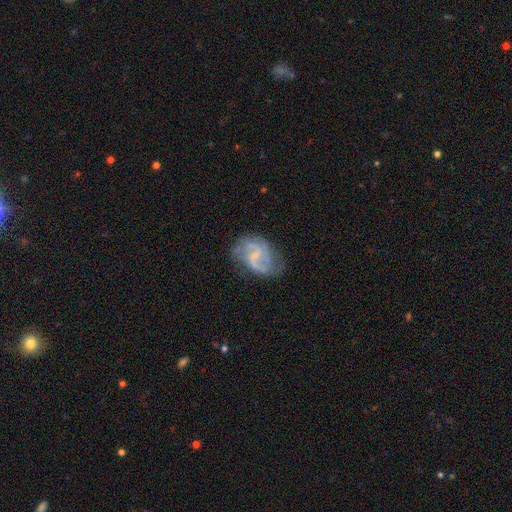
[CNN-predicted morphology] Overall: featured or disk (80%). Edge-on disk: no (98%). Bar: weak (56%; no 29%). Spiral arms: yes (91%). Spiral arm count: 2 (78%). Spiral winding: medium (47%; loose 37%). Bulge size: small (61%; none 23%). Merging: none (63%; minor disturbance 24%).